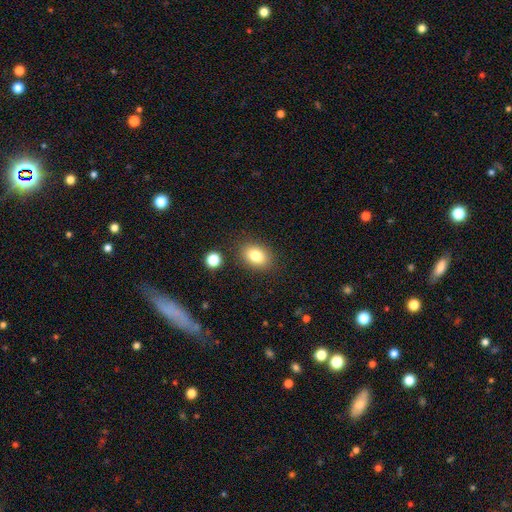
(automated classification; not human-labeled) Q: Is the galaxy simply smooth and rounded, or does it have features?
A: smooth — 80%.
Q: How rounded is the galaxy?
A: in between — 70%.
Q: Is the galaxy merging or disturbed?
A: none — 85%.